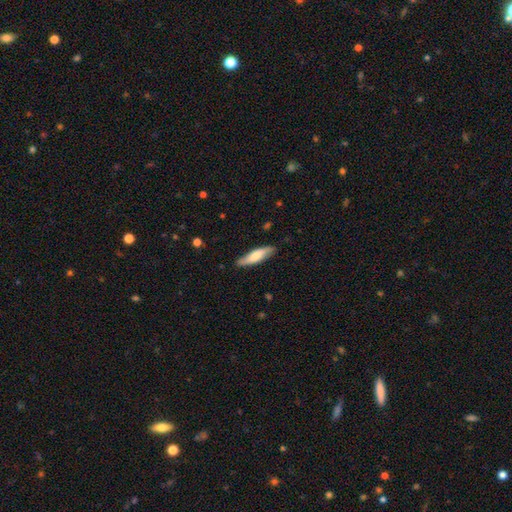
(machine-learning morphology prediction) This is likely a smooth galaxy (64%). How rounded: likely cigar-shaped (66%). Merging: clearly none (84%).